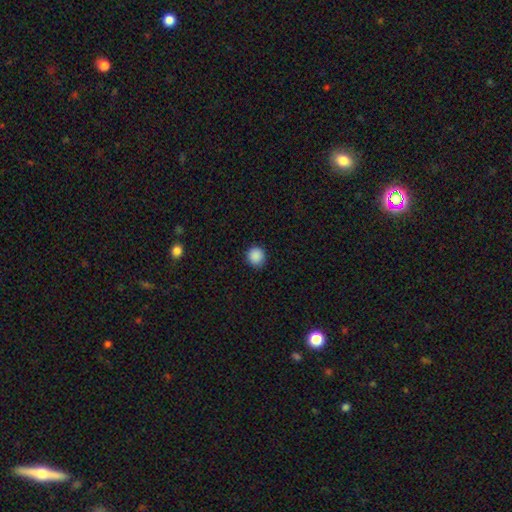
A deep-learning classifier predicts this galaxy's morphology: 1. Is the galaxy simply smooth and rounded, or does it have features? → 88% smooth, 9% star or artifact, 2% featured or disk.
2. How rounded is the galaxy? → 92% round, 7% in between, 1% cigar-shaped.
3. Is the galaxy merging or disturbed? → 90% none, 7% minor disturbance, 2% major disturbance, 1% merger.